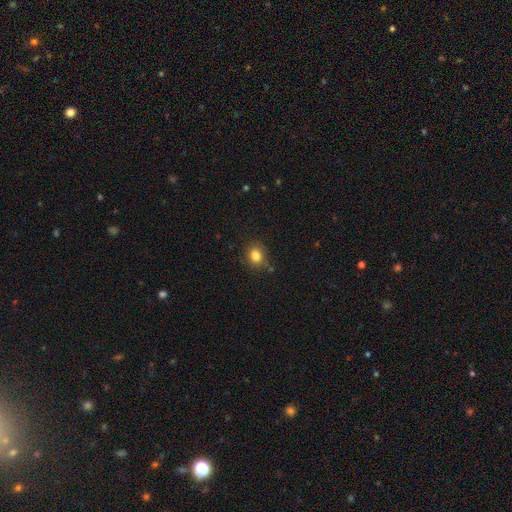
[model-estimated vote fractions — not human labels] Q: Smooth or featured?
A: smooth (83%); runner-up: star or artifact (11%)
Q: How rounded?
A: round (71%); runner-up: in between (28%)
Q: Merging?
A: none (82%); runner-up: minor disturbance (12%)